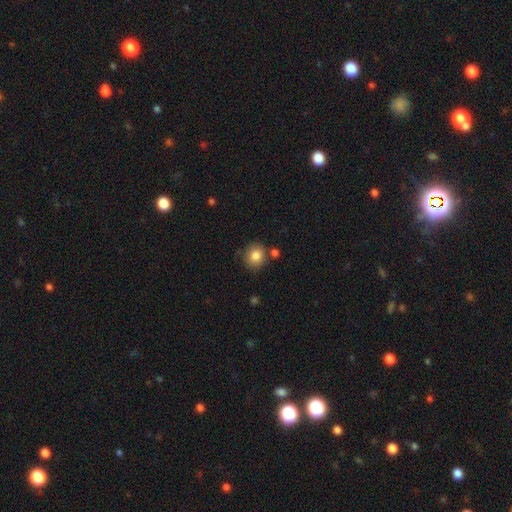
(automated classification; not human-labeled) Smooth or featured? smooth (84%)
How rounded? round (83%)
Merging? none (77%)